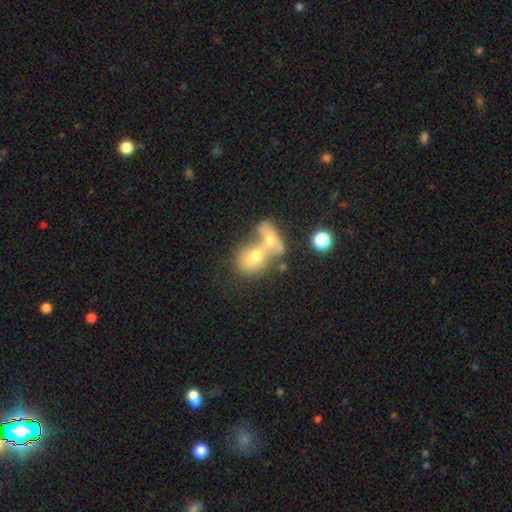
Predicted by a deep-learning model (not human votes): Smooth or featured?
  - smooth: 58% *
  - featured or disk: 31%
  - star or artifact: 11%
How rounded?
  - in between: 64% *
  - round: 31%
  - cigar-shaped: 4%
Merging?
  - merger: 72% *
  - none: 17%
  - minor disturbance: 6%
  - major disturbance: 5%